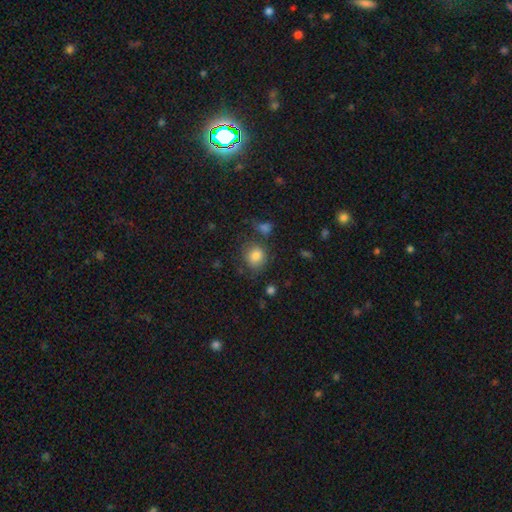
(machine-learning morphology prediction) This is clearly a smooth galaxy (83%). How rounded: likely round (78%). Merging: likely none (70%).